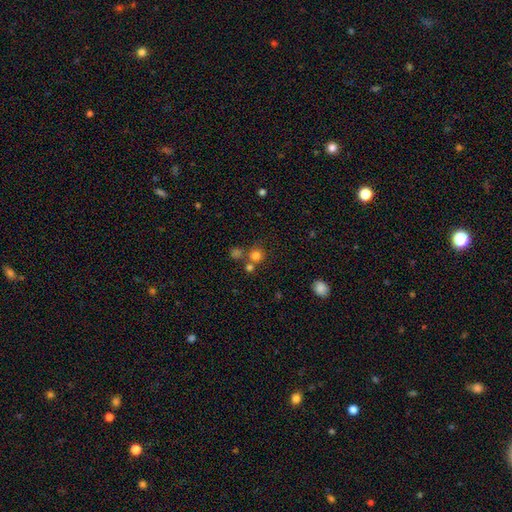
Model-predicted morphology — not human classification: type=smooth (77%); roundness=round (91%); merging=none (64%).